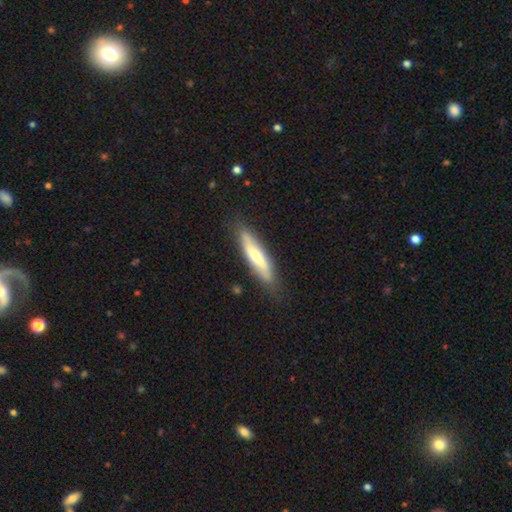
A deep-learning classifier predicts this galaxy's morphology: This appears to be a smooth galaxy with no disk features (48%). Merging: none (78%).